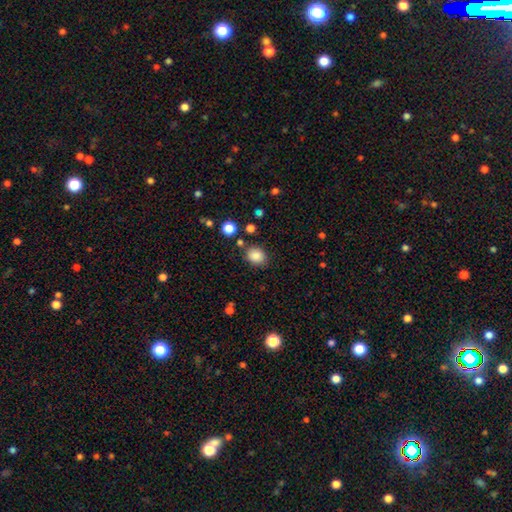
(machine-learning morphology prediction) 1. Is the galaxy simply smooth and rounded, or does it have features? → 85% smooth, 10% star or artifact, 4% featured or disk.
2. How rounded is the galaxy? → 61% round, 38% in between, 1% cigar-shaped.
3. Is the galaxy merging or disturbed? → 81% none, 11% minor disturbance, 4% merger, 3% major disturbance.